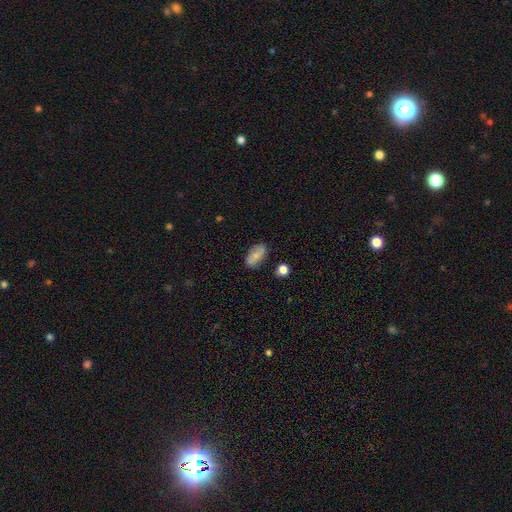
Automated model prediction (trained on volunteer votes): The model was most divided on "smooth or featured": smooth: 67%, featured or disk: 25%, star or artifact: 8%. More confident: how rounded — in between (91%); merging — none (82%).